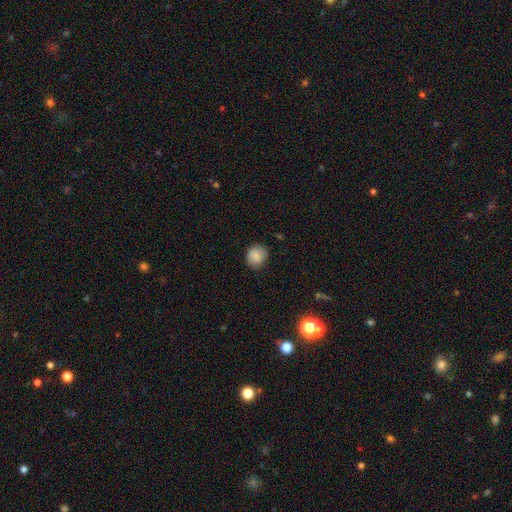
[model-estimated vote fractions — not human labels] Overall: smooth (86%). How rounded: round (83%). Merging: none (84%).